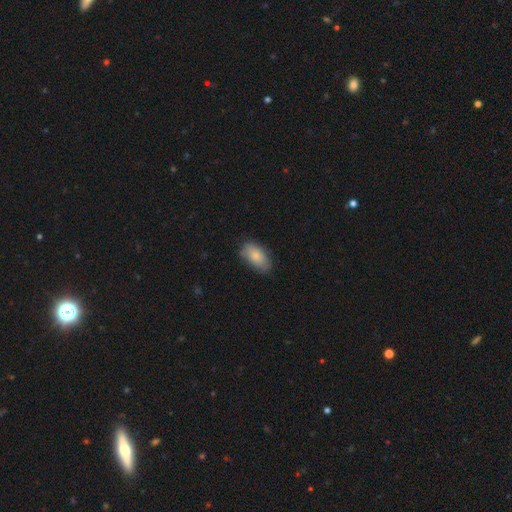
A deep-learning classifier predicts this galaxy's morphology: The model was most divided on "merging": none: 74%, minor disturbance: 21%, major disturbance: 4%, merger: 1%. More confident: how rounded — in between (93%); smooth or featured — smooth (80%).